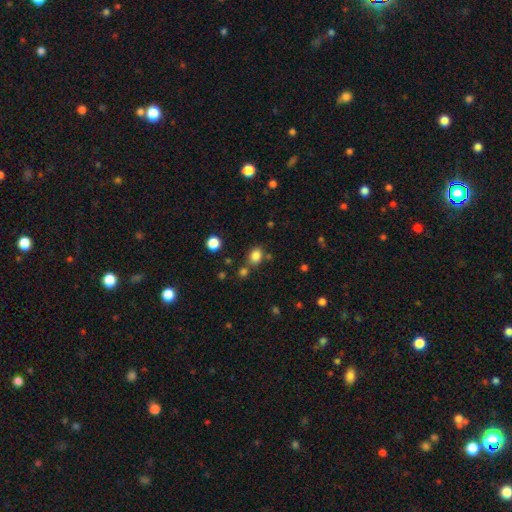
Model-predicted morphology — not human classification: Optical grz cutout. It shows a smooth galaxy with no disk features (82%) that is round (53%). Merging: none (72%).